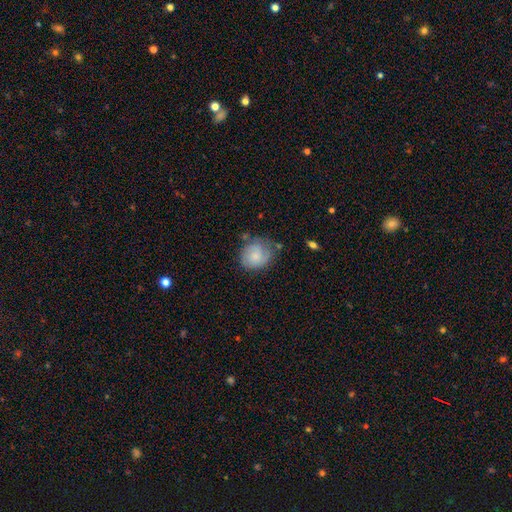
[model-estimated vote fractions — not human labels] Smooth or featured? smooth (67%)
How rounded? round (69%)
Merging? none (59%)